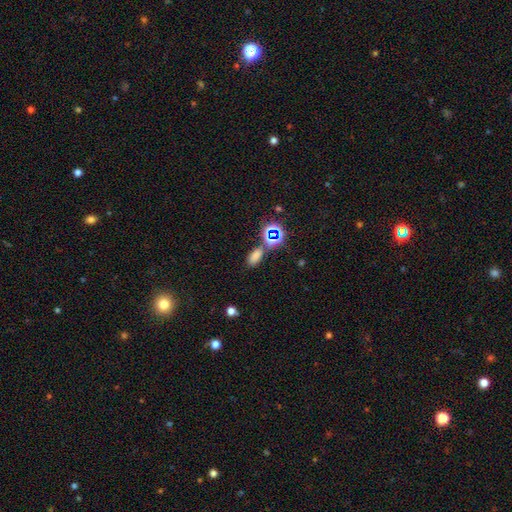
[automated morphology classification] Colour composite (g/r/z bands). It shows a smooth galaxy with no disk features (67%) that is in between round and cigar-shaped (86%). Merging: none (69%).